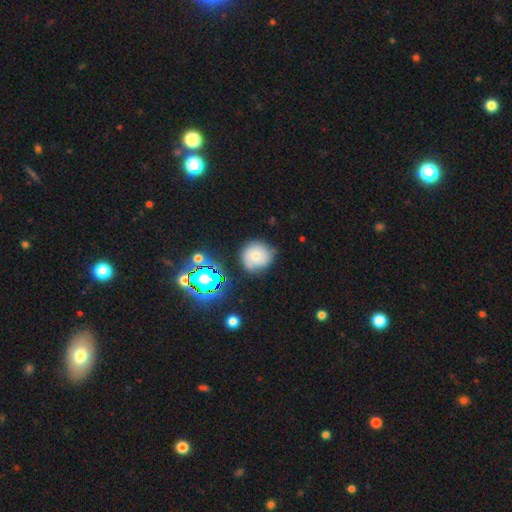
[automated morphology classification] The model was most divided on "smooth or featured": smooth: 62%, featured or disk: 24%, star or artifact: 14%. More confident: how rounded — round (90%); merging — none (69%).